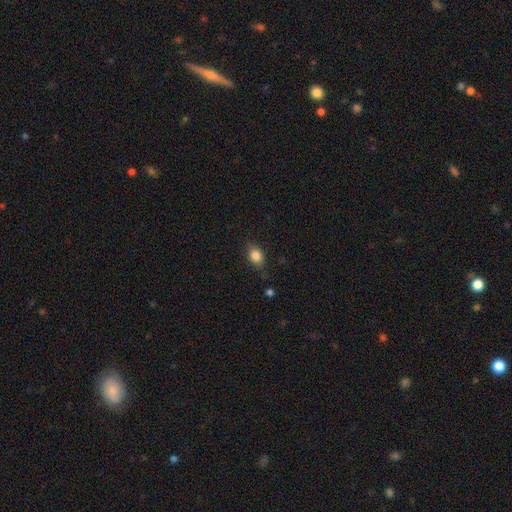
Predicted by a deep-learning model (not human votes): The model was most divided on "how rounded": in between: 66%, round: 31%, cigar-shaped: 2%. More confident: smooth or featured — smooth (83%); merging — none (75%).